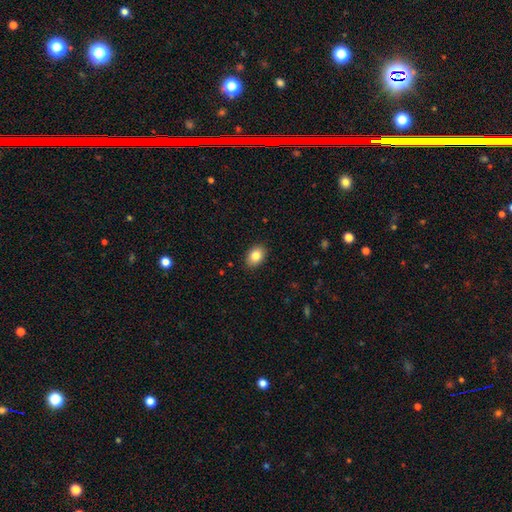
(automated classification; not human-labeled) Overall: smooth (84%). How rounded: in between (78%). Merging: none (89%).